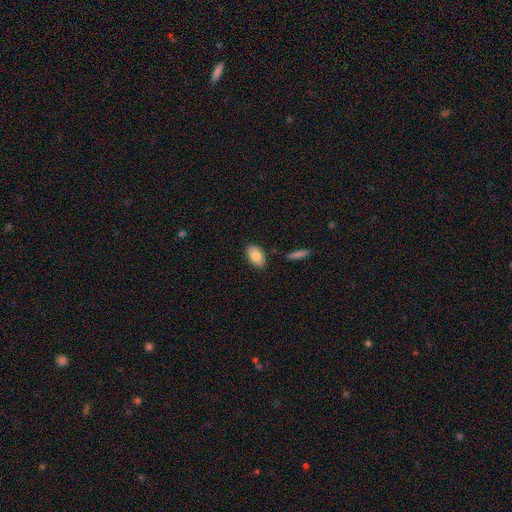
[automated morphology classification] This is clearly a smooth galaxy (83%). How rounded: clearly in between (92%). Merging: clearly none (84%).